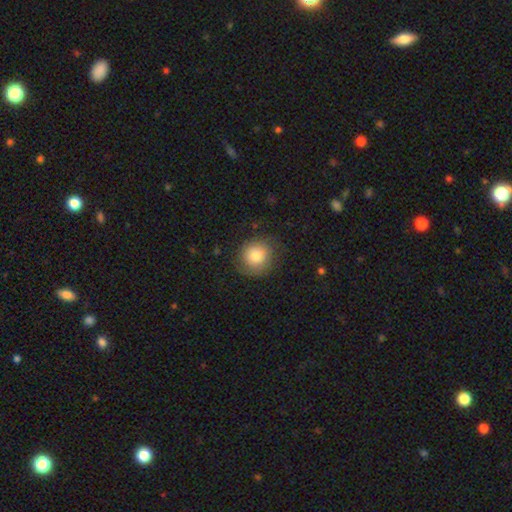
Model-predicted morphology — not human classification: smooth-or-featured: smooth: 78% | featured or disk: 14% | star or artifact: 8%
  how-rounded: round: 85% | in between: 14% | cigar-shaped: 1%
  merging: none: 74% | minor disturbance: 17% | major disturbance: 7% | merger: 1%